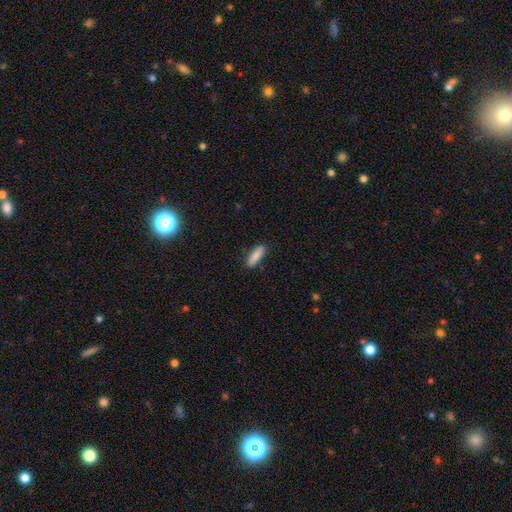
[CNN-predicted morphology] smooth 86%, featured or disk 8%, star or artifact 6%. Down the decision tree: how rounded — cigar-shaped (54%); merging — none (87%).